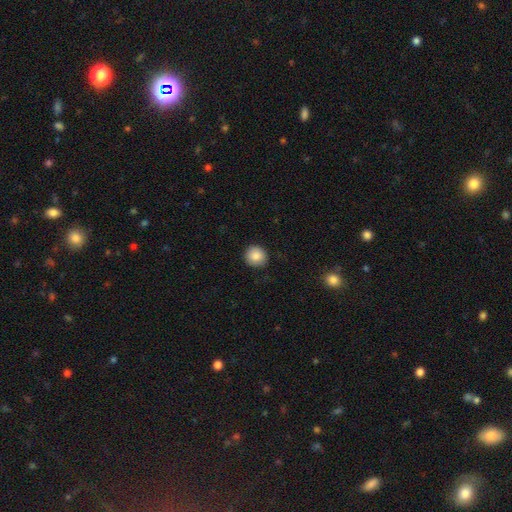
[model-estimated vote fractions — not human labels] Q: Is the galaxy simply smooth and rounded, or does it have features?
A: smooth — 87%.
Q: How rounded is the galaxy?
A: round — 92%.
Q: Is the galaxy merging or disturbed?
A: none — 89%.